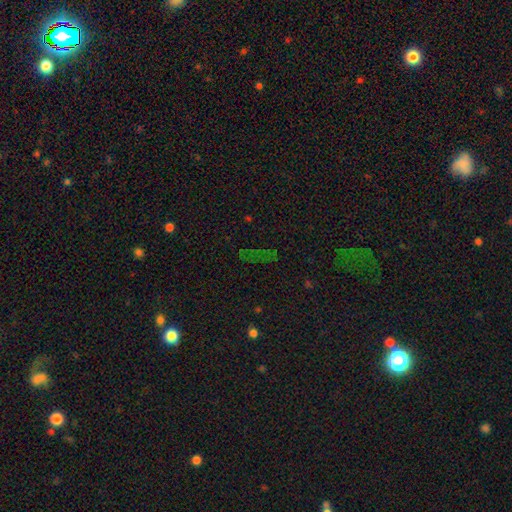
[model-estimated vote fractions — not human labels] A star or artifact, not a galaxy (68%).